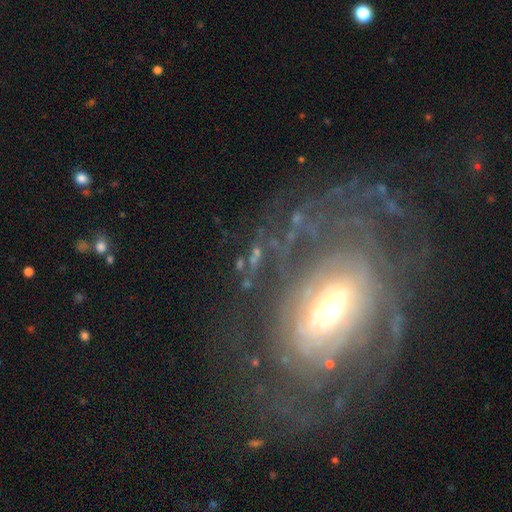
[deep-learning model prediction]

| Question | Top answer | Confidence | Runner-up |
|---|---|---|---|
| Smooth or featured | featured or disk | 62% | star or artifact (21%) |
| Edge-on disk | no | 87% | yes (13%) |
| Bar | no | 48% | weak (28%) |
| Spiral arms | yes | 75% | no (25%) |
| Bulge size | moderate | 48% | small (32%) |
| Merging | none | 63% | minor disturbance (16%) |